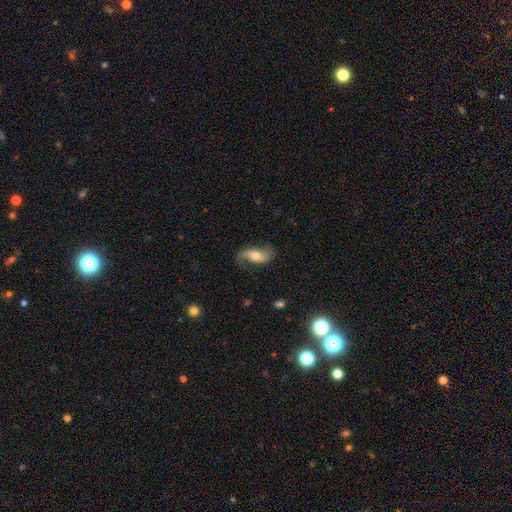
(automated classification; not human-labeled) This is likely a featured or disk galaxy (63%). It is clearly not viewed edge-on (89%). Bar: possibly no (49%). Spiral arm pattern: clearly yes (87%). Central bulge: likely moderate (67%). Merging: likely none (67%).